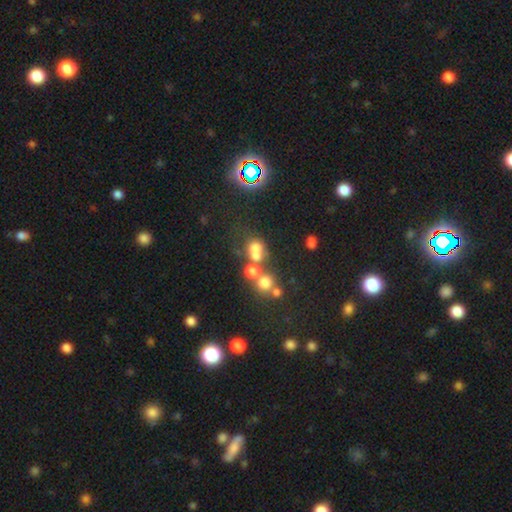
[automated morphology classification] smooth 55%, star or artifact 29%, featured or disk 16%. Down the decision tree: how rounded — round (75%); merging — none (44%).